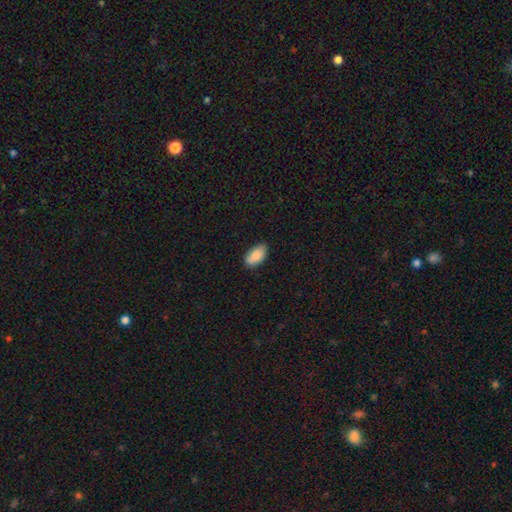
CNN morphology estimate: type=smooth (88%); roundness=in between (95%); merging=none (81%).